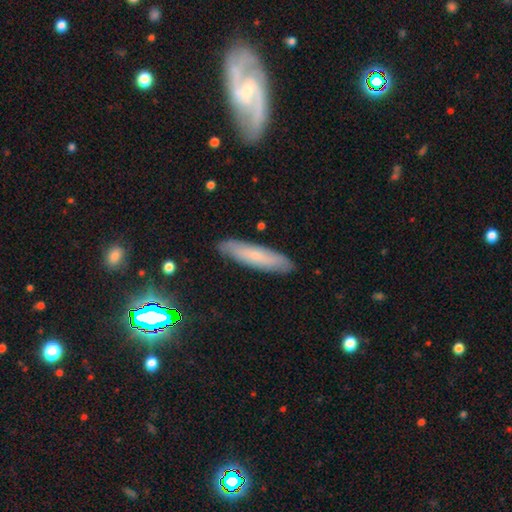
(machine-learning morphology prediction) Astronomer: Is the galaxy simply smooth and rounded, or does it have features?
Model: smooth — 61%.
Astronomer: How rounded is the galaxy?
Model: cigar-shaped — 79%.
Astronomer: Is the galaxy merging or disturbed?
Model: none — 87%.